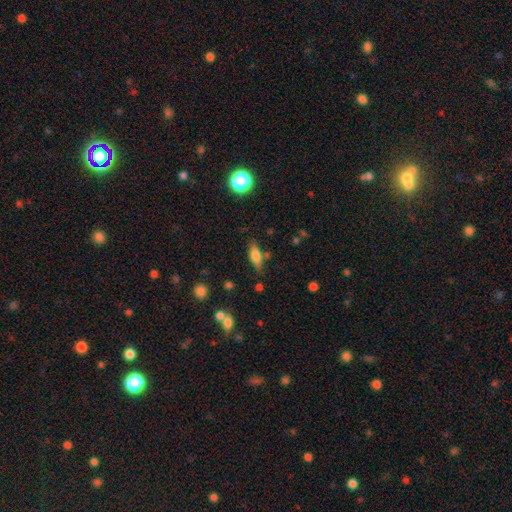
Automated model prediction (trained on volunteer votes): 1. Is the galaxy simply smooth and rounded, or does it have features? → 66% smooth, 25% featured or disk, 9% star or artifact.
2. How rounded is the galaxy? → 61% in between, 35% cigar-shaped, 3% round.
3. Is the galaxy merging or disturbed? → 72% none, 17% minor disturbance, 6% merger, 5% major disturbance.